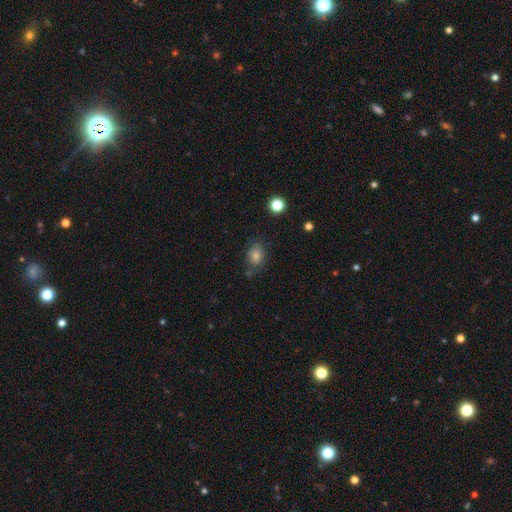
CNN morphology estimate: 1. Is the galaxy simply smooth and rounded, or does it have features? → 70% smooth, 18% star or artifact, 13% featured or disk.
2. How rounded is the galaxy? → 66% in between, 32% round, 2% cigar-shaped.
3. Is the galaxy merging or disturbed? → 71% none, 19% minor disturbance, 6% major disturbance, 4% merger.